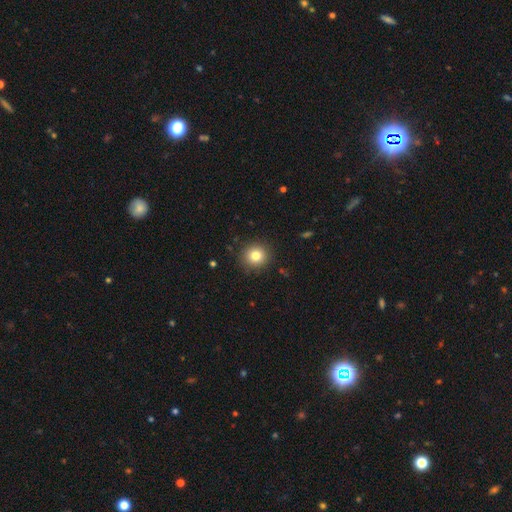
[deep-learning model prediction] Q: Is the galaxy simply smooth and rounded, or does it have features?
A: smooth — 81%.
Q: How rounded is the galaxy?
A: round — 91%.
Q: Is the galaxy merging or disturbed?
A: none — 90%.